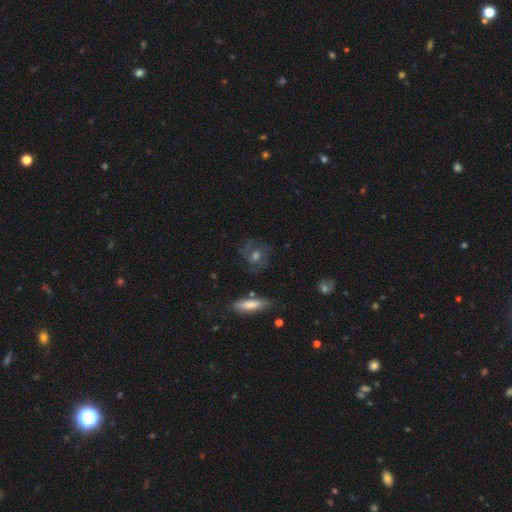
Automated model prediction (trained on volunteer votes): Smooth or featured: featured or disk — 67% (smooth — 21%)
Edge-on disk: no — 93% (yes — 7%)
Bar: no — 63% (weak — 30%)
Spiral arms: yes — 88% (no — 12%)
Spiral winding: tight — 47% (medium — 41%)
Spiral arm count: 2 — 44% (can't tell — 28%)
Bulge size: moderate — 63% (small — 23%)
Merging: none — 75% (minor disturbance — 15%)